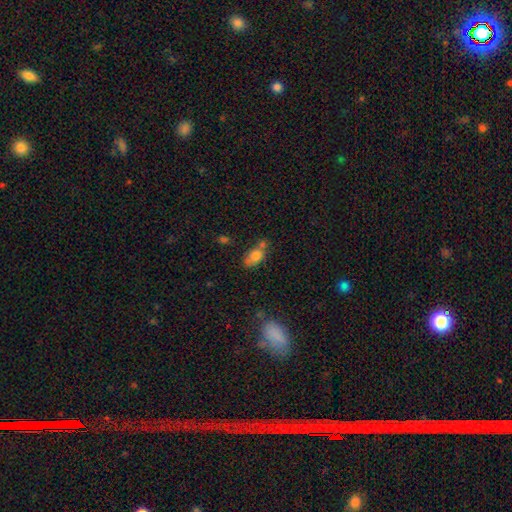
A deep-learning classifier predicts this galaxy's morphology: Smooth or featured?
  - smooth: 77% *
  - featured or disk: 14%
  - star or artifact: 10%
How rounded?
  - in between: 83% *
  - round: 11%
  - cigar-shaped: 6%
Merging?
  - none: 47% *
  - merger: 26%
  - minor disturbance: 20%
  - major disturbance: 6%